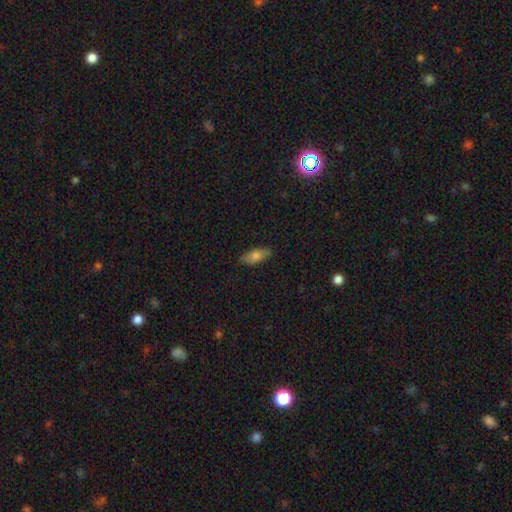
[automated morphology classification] Smooth or featured?
  - smooth: 71% *
  - featured or disk: 21%
  - star or artifact: 7%
How rounded?
  - in between: 77% *
  - cigar-shaped: 20%
  - round: 3%
Merging?
  - none: 81% *
  - minor disturbance: 15%
  - major disturbance: 3%
  - merger: 1%